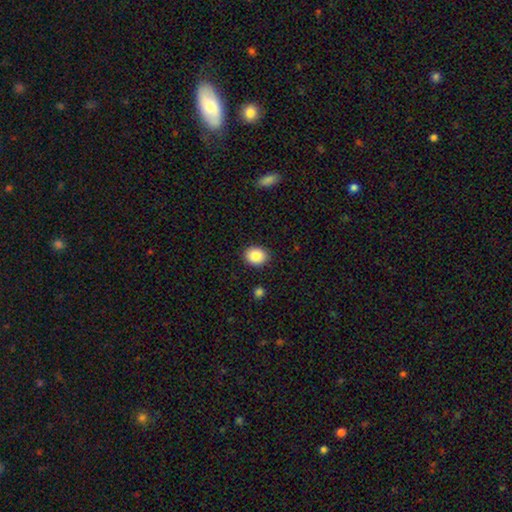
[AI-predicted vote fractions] Smooth or featured? Predicted: smooth (p=0.87). How rounded? Predicted: round (p=0.53). Merging? Predicted: none (p=0.89).